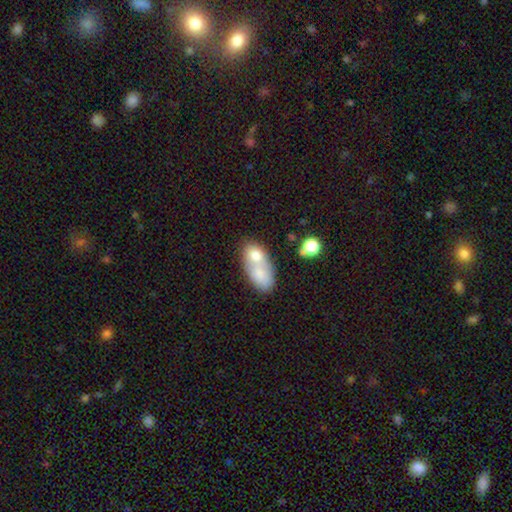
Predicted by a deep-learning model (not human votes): smooth_or_featured: smooth (p=0.69) [alt: featured or disk p=0.22]
how_rounded: in between (p=0.83) [alt: round p=0.12]
merging: merger (p=0.60) [alt: none p=0.22]